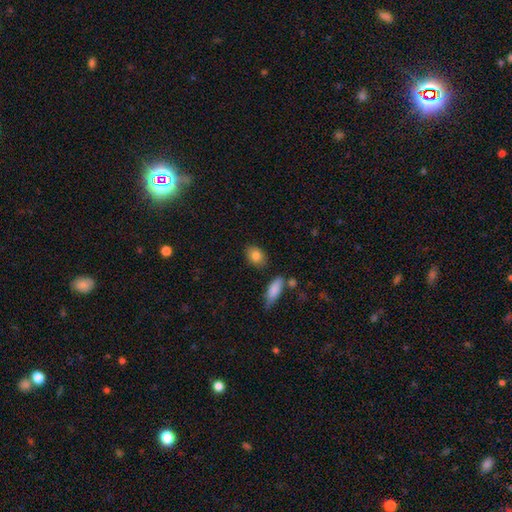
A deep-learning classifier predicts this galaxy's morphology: smooth_or_featured: smooth (p=0.84) [alt: featured or disk p=0.09]
how_rounded: in between (p=0.75) [alt: round p=0.22]
merging: none (p=0.82) [alt: minor disturbance p=0.11]